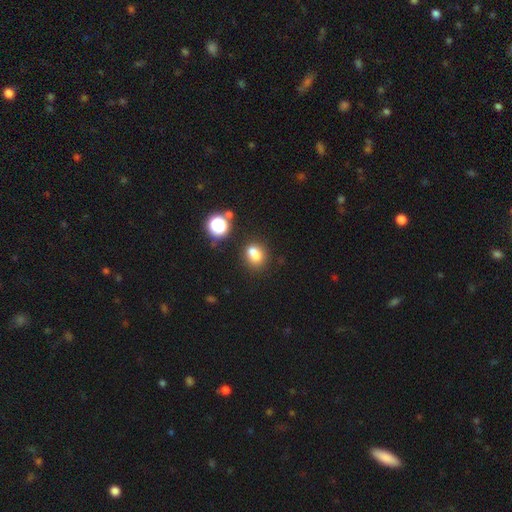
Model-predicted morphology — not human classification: smooth 76%, star or artifact 15%, featured or disk 10%. Down the decision tree: how rounded — in between (53%); merging — none (59%).